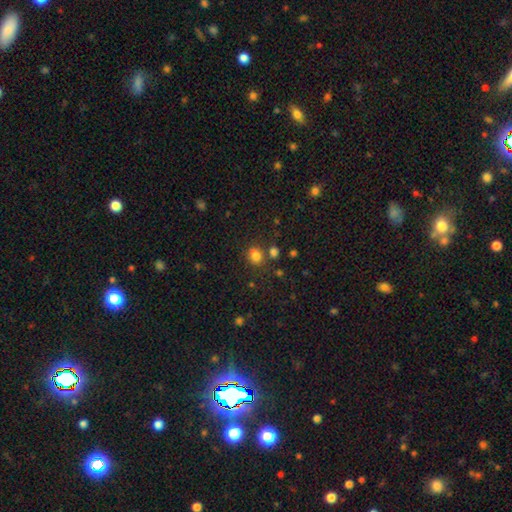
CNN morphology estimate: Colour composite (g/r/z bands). It shows a smooth galaxy with no disk features (77%) that is round (56%). Merging: none (64%).